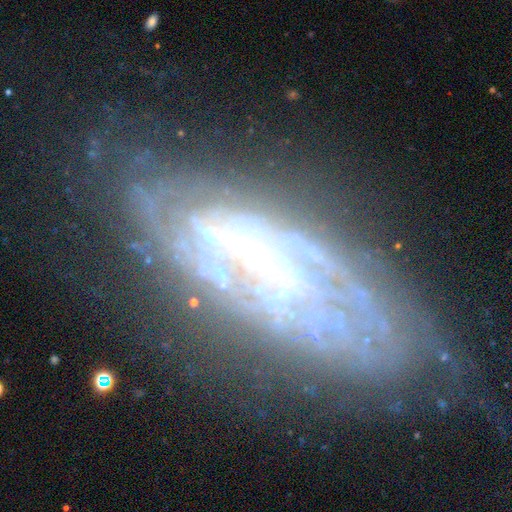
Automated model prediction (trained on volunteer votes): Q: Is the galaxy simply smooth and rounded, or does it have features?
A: featured or disk — 76%.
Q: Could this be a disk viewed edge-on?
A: no — 85%.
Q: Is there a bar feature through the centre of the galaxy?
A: no — 51%.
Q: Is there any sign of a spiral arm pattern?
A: yes — 73%.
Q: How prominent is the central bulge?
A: small — 48%.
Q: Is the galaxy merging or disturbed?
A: none — 62%.